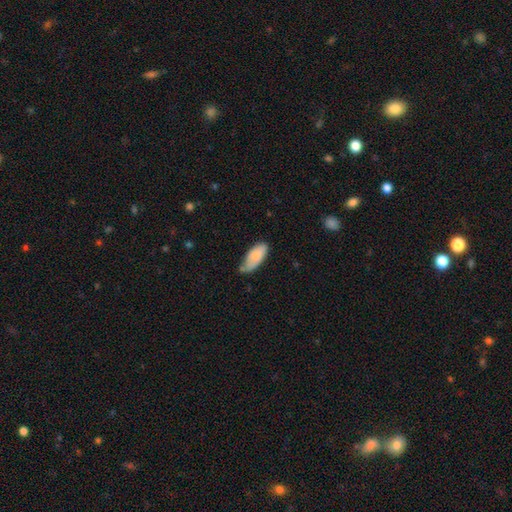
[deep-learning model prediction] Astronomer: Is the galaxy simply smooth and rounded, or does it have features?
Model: smooth — 78%.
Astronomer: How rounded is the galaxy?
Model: in between — 88%.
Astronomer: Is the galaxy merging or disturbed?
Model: none — 47% (runner-up: minor disturbance, 40%).